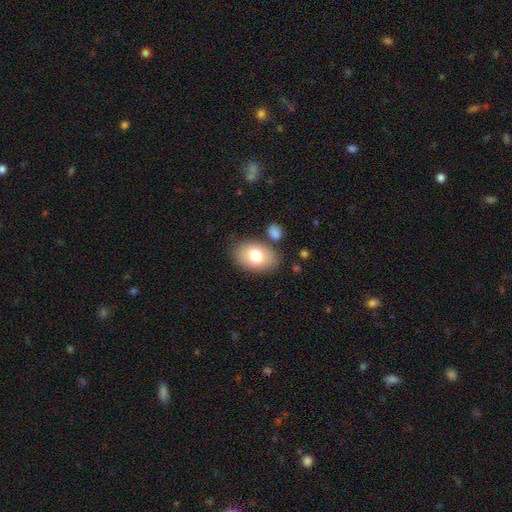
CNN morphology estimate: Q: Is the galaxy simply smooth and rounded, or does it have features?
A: smooth — 77%.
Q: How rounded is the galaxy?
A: in between — 85%.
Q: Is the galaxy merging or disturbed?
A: none — 77%.